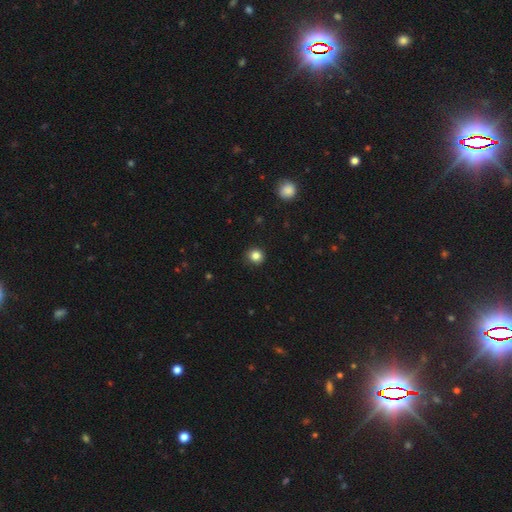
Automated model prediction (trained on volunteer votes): The model was most divided on "smooth or featured": smooth: 85%, star or artifact: 12%, featured or disk: 4%. More confident: how rounded — round (92%); merging — none (90%).